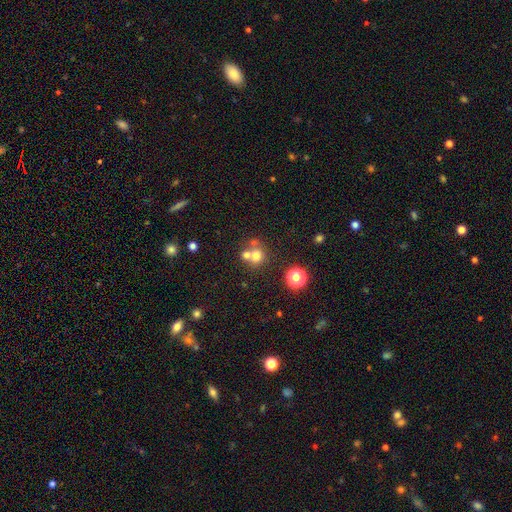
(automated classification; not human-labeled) Smooth or featured? Predicted: smooth (p=0.68). How rounded? Predicted: round (p=0.81). Merging? Predicted: none (p=0.45).